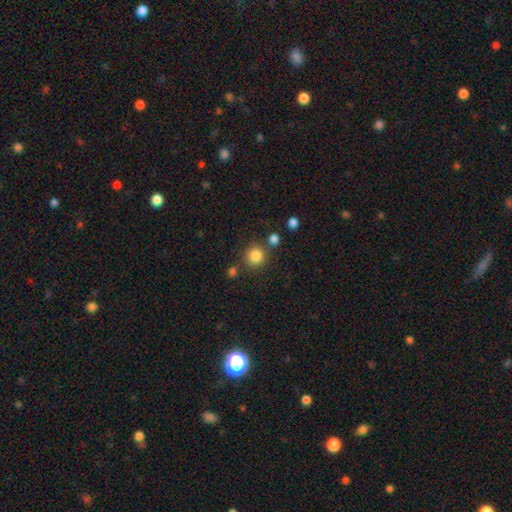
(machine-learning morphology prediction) smooth-or-featured: smooth: 84% | star or artifact: 11% | featured or disk: 5%
  how-rounded: round: 90% | in between: 9% | cigar-shaped: 1%
  merging: none: 77% | merger: 10% | minor disturbance: 9% | major disturbance: 4%